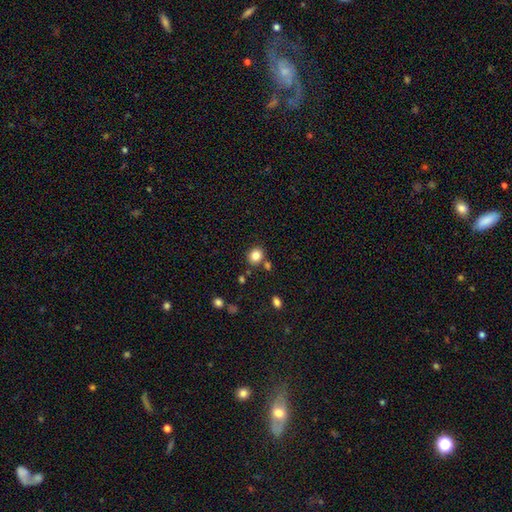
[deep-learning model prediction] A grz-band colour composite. It shows a smooth galaxy with no disk features (85%) that is round (74%). Merging: none (79%).